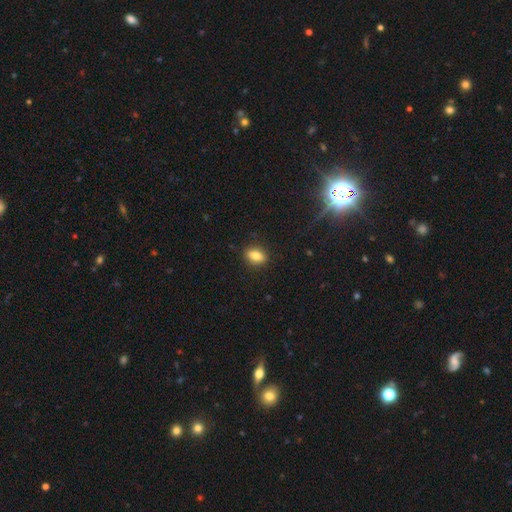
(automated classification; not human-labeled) Smooth or featured?
  - smooth: 82% *
  - star or artifact: 9%
  - featured or disk: 8%
How rounded?
  - in between: 77% *
  - round: 19%
  - cigar-shaped: 4%
Merging?
  - none: 88% *
  - minor disturbance: 9%
  - major disturbance: 2%
  - merger: 1%